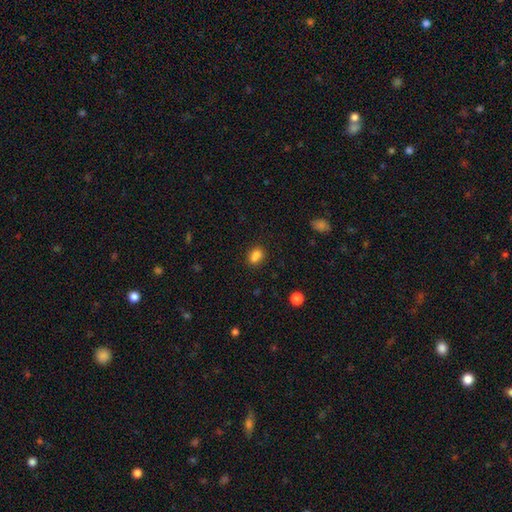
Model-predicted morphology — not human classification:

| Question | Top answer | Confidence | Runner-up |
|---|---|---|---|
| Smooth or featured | smooth | 82% | star or artifact (12%) |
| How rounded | in between | 67% | round (30%) |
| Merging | none | 64% | merger (17%) |